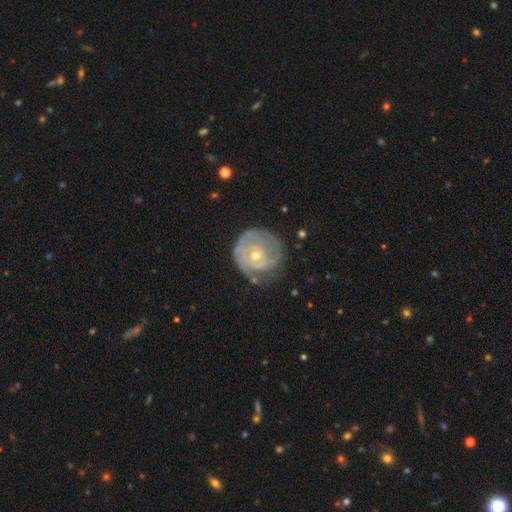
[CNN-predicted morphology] Smooth or featured? Predicted: featured or disk (p=0.71). Edge-on disk? Predicted: no (p=0.97). Bar? Predicted: no (p=0.77). Spiral arms? Predicted: yes (p=0.76). Spiral winding? Predicted: tight (p=0.69). Spiral arm count? Predicted: can't tell (p=0.47). Bulge size? Predicted: small (p=0.59). Merging? Predicted: none (p=0.61).